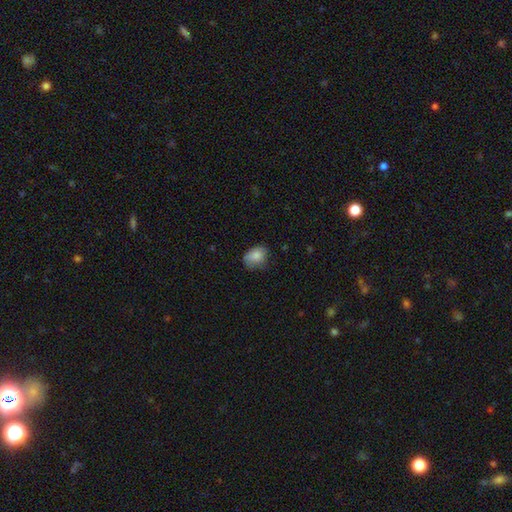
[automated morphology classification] smooth_or_featured: smooth (p=0.83) [alt: featured or disk p=0.09]
how_rounded: in between (p=0.67) [alt: round p=0.32]
merging: none (p=0.61) [alt: minor disturbance p=0.30]